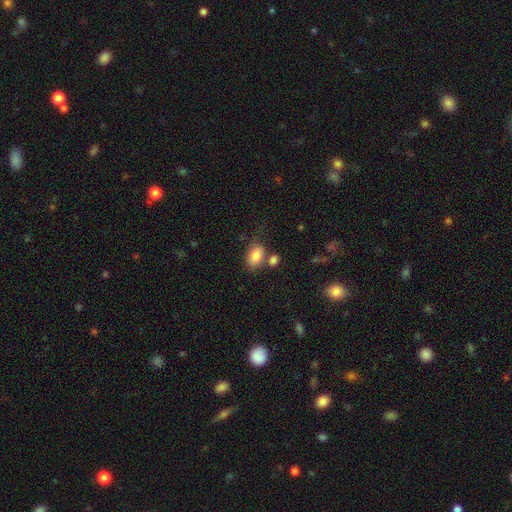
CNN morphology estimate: smooth_or_featured: smooth (p=0.82) [alt: featured or disk p=0.10]
how_rounded: in between (p=0.86) [alt: round p=0.12]
merging: none (p=0.59) [alt: merger p=0.19]